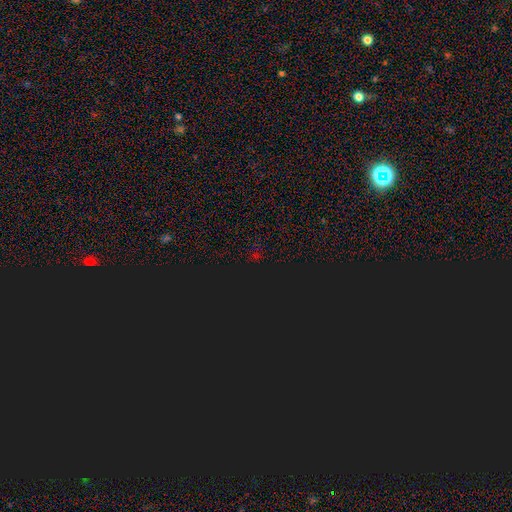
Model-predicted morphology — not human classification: smooth_or_featured: star or artifact (p=0.77) [alt: smooth p=0.17]